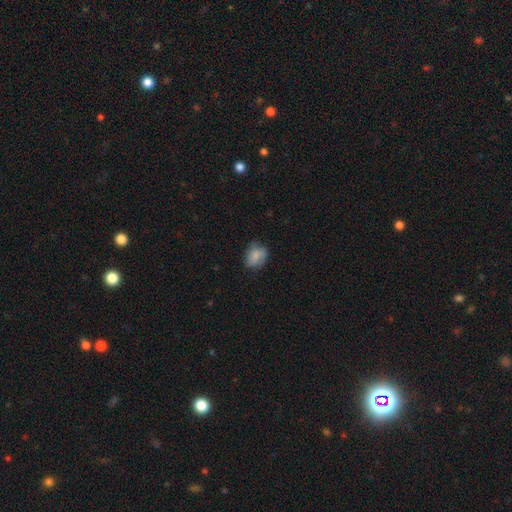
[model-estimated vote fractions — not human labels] The model was most divided on "how rounded": in between: 60%, round: 39%, cigar-shaped: 1%. More confident: smooth or featured — smooth (75%); merging — none (61%).